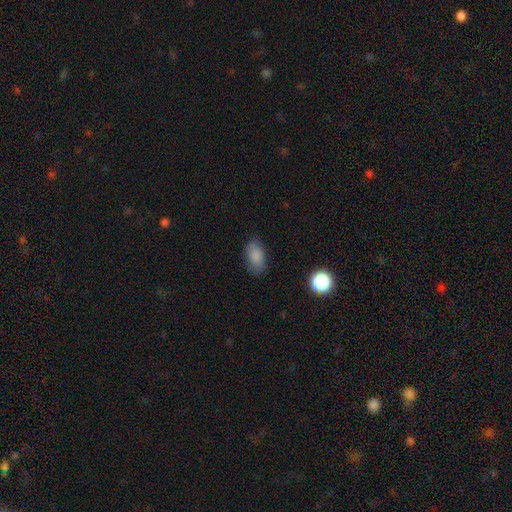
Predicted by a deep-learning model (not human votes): smooth_or_featured: smooth (p=0.85) [alt: star or artifact p=0.09]
how_rounded: in between (p=0.91) [alt: round p=0.06]
merging: none (p=0.78) [alt: minor disturbance p=0.16]